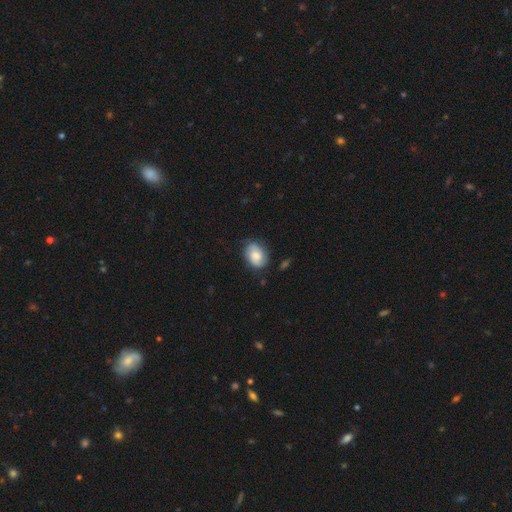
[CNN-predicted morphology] Smooth or featured?
  - smooth: 57% *
  - featured or disk: 36%
  - star or artifact: 8%
How rounded?
  - in between: 69% *
  - round: 29%
  - cigar-shaped: 1%
Merging?
  - none: 73% *
  - minor disturbance: 21%
  - major disturbance: 5%
  - merger: 2%